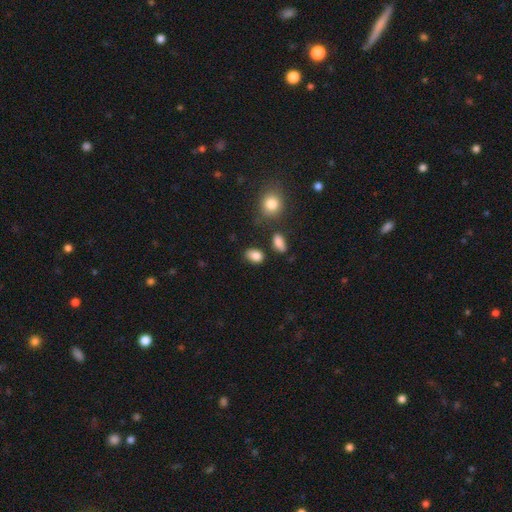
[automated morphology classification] Overall: smooth (86%). How rounded: in between (80%). Merging: none (77%).